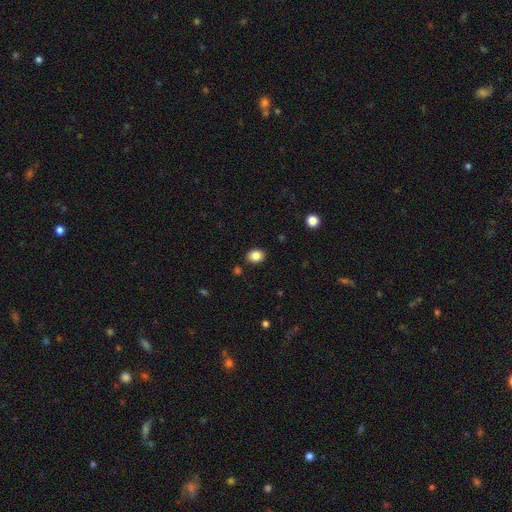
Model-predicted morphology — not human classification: smooth 85%, star or artifact 10%, featured or disk 5%. Down the decision tree: how rounded — in between (52%); merging — none (88%).